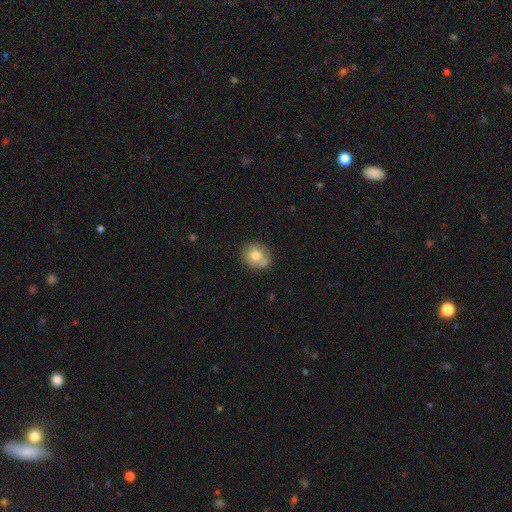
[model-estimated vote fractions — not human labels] Smooth or featured: smooth — 73% (featured or disk — 18%)
How rounded: round — 72% (in between — 27%)
Merging: none — 66% (minor disturbance — 18%)